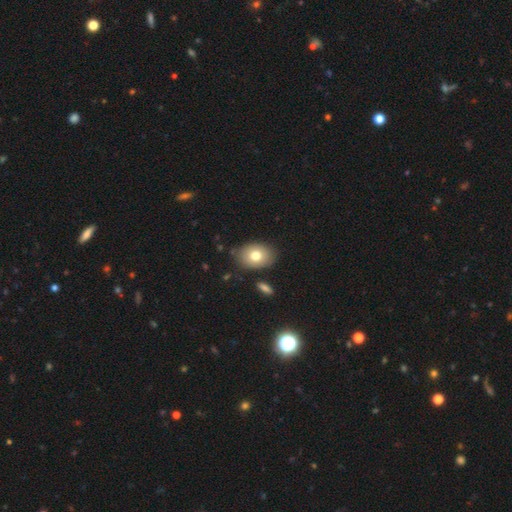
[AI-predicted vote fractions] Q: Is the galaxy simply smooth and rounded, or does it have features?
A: smooth — 76%.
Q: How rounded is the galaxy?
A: in between — 75%.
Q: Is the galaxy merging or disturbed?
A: none — 80%.